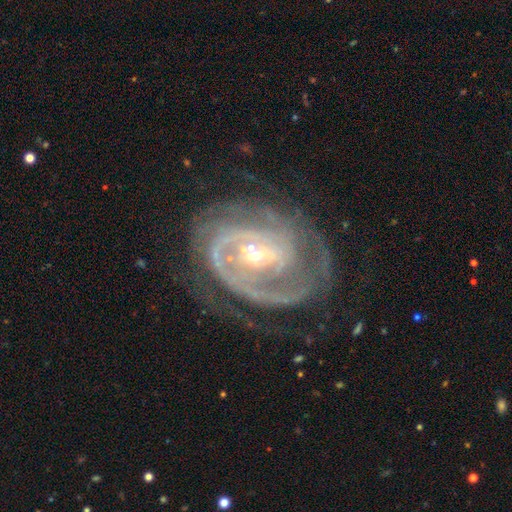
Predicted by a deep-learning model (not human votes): Smooth or featured?
  - featured or disk: 90% *
  - star or artifact: 6%
  - smooth: 4%
Edge-on disk?
  - no: 97% *
  - yes: 3%
Bar?
  - weak: 39% *
  - no: 36%
  - strong: 25%
Spiral arms?
  - yes: 96% *
  - no: 4%
Spiral winding?
  - tight: 64% *
  - medium: 30%
  - loose: 6%
Spiral arm count?
  - 2: 35% *
  - can't tell: 23%
  - 3: 21%
  - 4: 8%
  - 1: 7%
  - more than 4: 6%
Bulge size?
  - small: 74% *
  - moderate: 22%
  - large: 2%
  - none: 1%
  - dominant: 1%
Merging?
  - none: 63% *
  - minor disturbance: 20%
  - major disturbance: 15%
  - merger: 2%